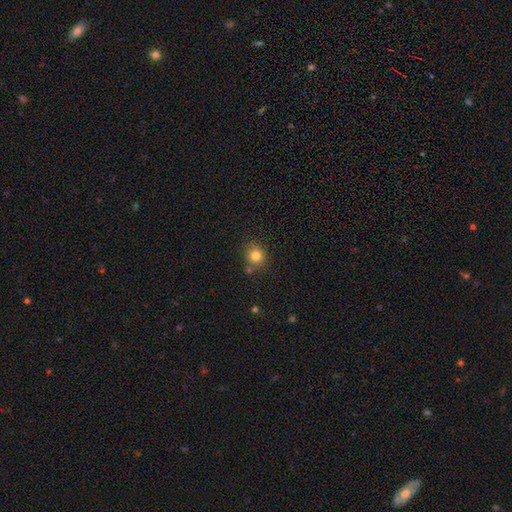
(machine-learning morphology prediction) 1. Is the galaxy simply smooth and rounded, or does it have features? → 80% smooth, 12% star or artifact, 8% featured or disk.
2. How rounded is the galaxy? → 83% round, 16% in between, 1% cigar-shaped.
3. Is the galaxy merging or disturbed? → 74% none, 12% minor disturbance, 11% merger, 3% major disturbance.